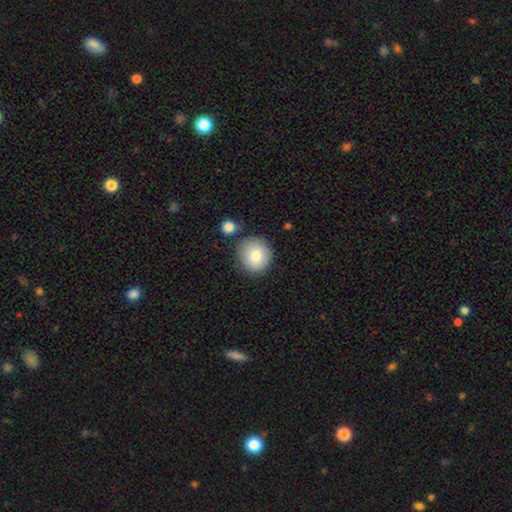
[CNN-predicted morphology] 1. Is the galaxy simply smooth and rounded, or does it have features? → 81% smooth, 11% featured or disk, 8% star or artifact.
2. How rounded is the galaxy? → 90% round, 9% in between, 1% cigar-shaped.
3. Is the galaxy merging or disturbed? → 75% none, 12% minor disturbance, 10% merger, 3% major disturbance.